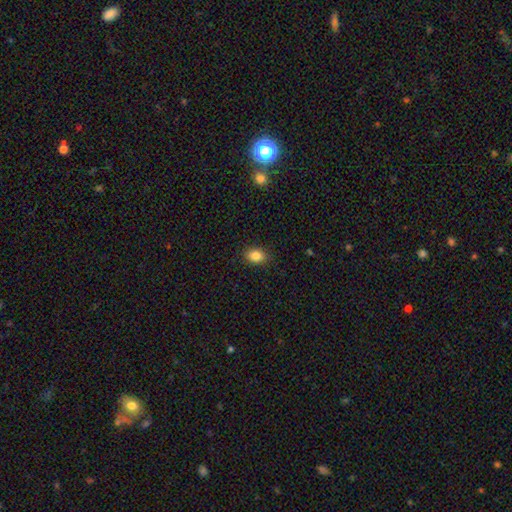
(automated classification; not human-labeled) Morphology: type=smooth (85%); roundness=in between (66%); merging=none (89%).